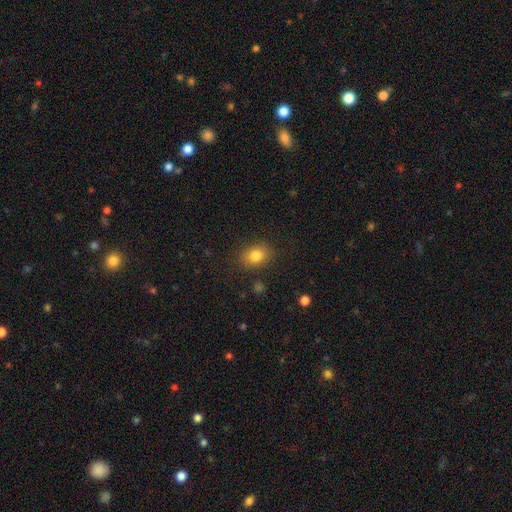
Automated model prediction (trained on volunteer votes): smooth_or_featured: smooth (p=0.82) [alt: star or artifact p=0.10]
how_rounded: in between (p=0.66) [alt: round p=0.33]
merging: none (p=0.84) [alt: minor disturbance p=0.11]